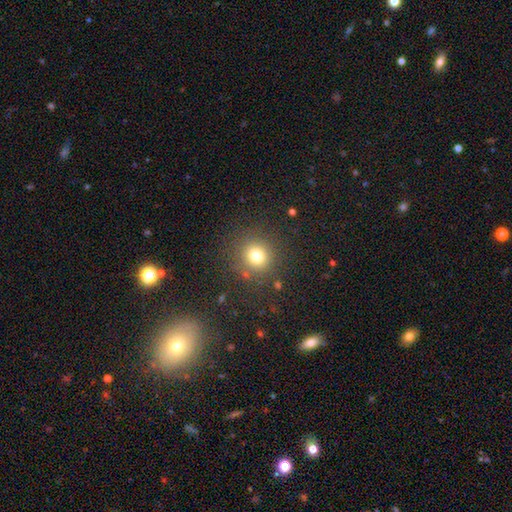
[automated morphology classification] This appears to be a smooth galaxy with no disk features (76%) that is round (90%). Merging: none (85%).